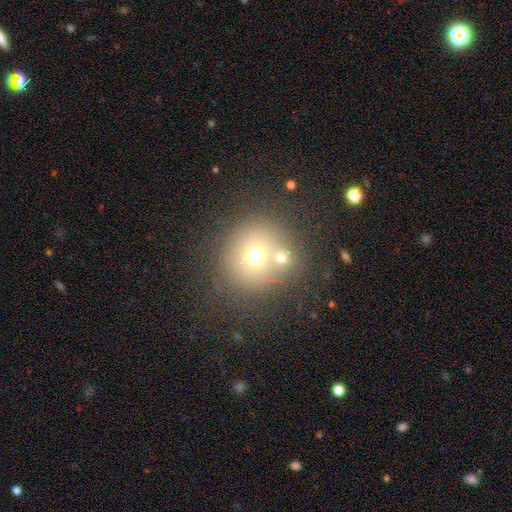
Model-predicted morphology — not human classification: Smooth or featured? smooth (66%)
How rounded? round (88%)
Merging? none (61%)